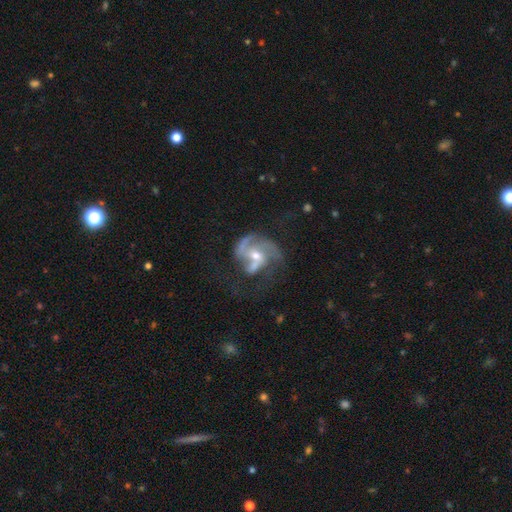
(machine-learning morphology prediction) A featured or disk galaxy (82%) with no bar (54%), 3 (40%) medium (48%) spiral arms (89%) and a moderate central bulge (55%).

Vote fractions:
- Smooth or featured? featured or disk: 82% / smooth: 11% / star or artifact: 7%
- Edge-on disk? no: 98% / yes: 2%
- Bar? no: 54% / weak: 35% / strong: 11%
- Spiral arms? yes: 89% / no: 11%
- Spiral winding? medium: 48% / loose: 30% / tight: 22%
- Spiral arm count? 3: 40% / 2: 28% / can't tell: 14% / 1: 8% / 4: 5% / more than 4: 3%
- Bulge size? moderate: 55% / small: 39% / large: 3% / none: 2% / dominant: 1%
- Merging? none: 33% / major disturbance: 30% / merger: 20% / minor disturbance: 17%